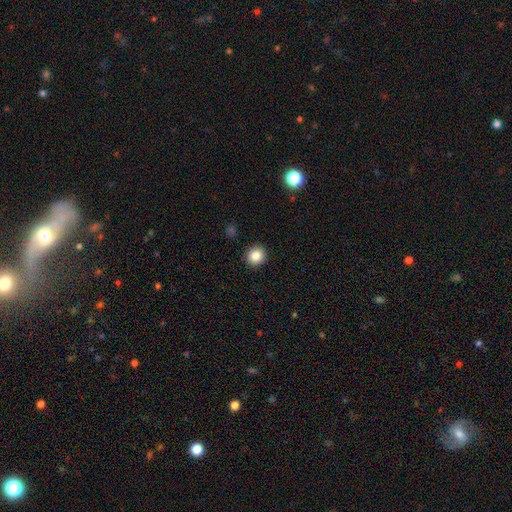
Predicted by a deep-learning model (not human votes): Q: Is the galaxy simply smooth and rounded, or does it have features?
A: smooth — 84%.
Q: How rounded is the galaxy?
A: round — 87%.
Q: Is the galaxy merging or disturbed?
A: none — 92%.